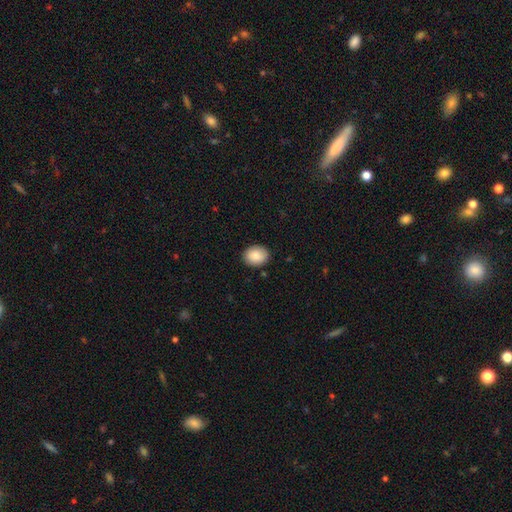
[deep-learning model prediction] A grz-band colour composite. It shows a smooth galaxy with no disk features (85%) that is round (51%). Merging: none (88%).